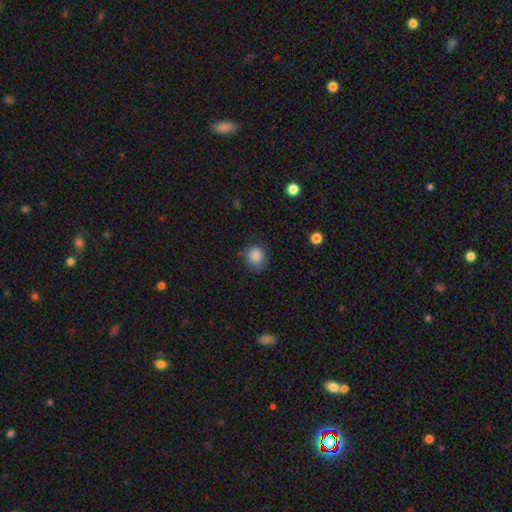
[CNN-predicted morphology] A smooth galaxy with no disk features (86%) that is round (78%).

Vote fractions:
- Smooth or featured? smooth: 86% / star or artifact: 9% / featured or disk: 4%
- How rounded? round: 78% / in between: 21% / cigar-shaped: 1%
- Merging? none: 75% / minor disturbance: 19% / major disturbance: 4% / merger: 2%